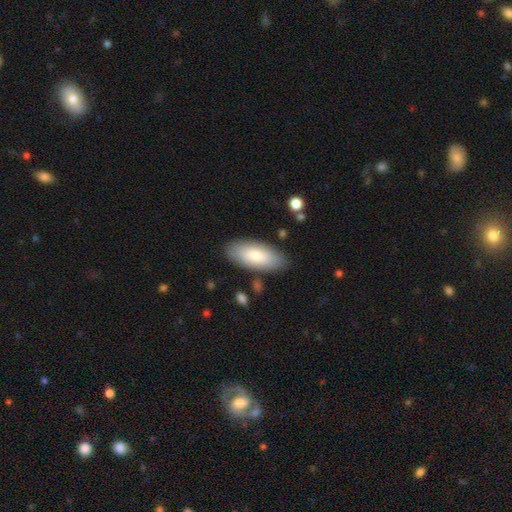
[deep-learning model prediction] Q: Smooth or featured?
A: smooth (79%); runner-up: featured or disk (16%)
Q: How rounded?
A: in between (85%); runner-up: cigar-shaped (13%)
Q: Merging?
A: none (84%); runner-up: minor disturbance (11%)